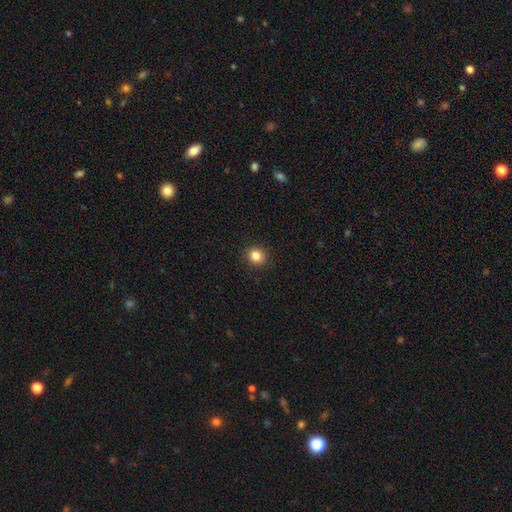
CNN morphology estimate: Smooth or featured? smooth (84%)
How rounded? round (87%)
Merging? none (91%)